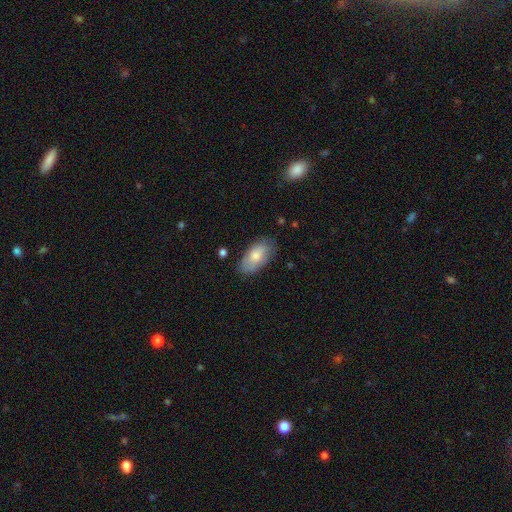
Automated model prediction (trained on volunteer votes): smooth 76%, featured or disk 18%, star or artifact 6%. Down the decision tree: how rounded — in between (93%); merging — none (75%).